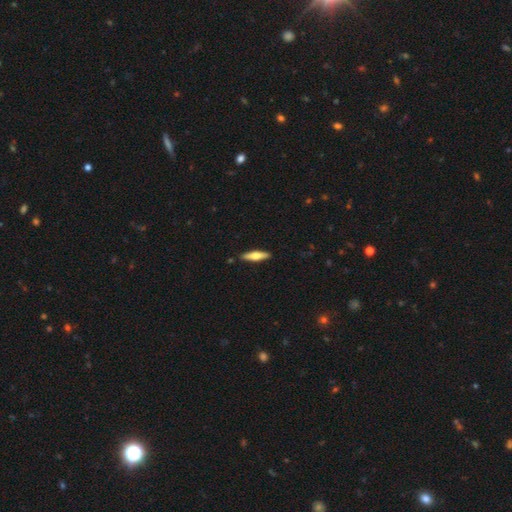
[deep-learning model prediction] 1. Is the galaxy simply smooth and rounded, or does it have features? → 54% smooth, 41% featured or disk, 5% star or artifact.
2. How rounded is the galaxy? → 73% cigar-shaped, 25% in between, 2% round.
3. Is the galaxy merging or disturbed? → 89% none, 8% minor disturbance, 2% major disturbance, 1% merger.